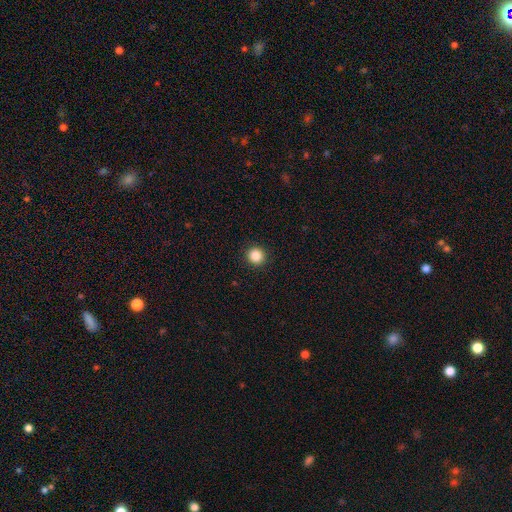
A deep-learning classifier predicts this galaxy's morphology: This appears to be a smooth galaxy with no disk features (87%) that is round (94%). Merging: none (93%).